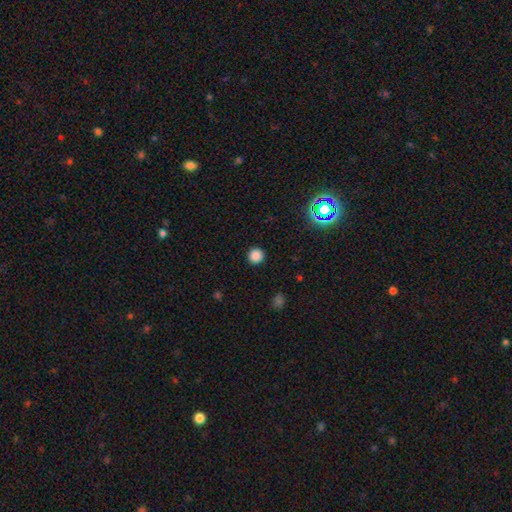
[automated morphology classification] Q: Smooth or featured?
A: smooth (85%); runner-up: star or artifact (12%)
Q: How rounded?
A: round (95%); runner-up: in between (4%)
Q: Merging?
A: none (92%); runner-up: minor disturbance (5%)